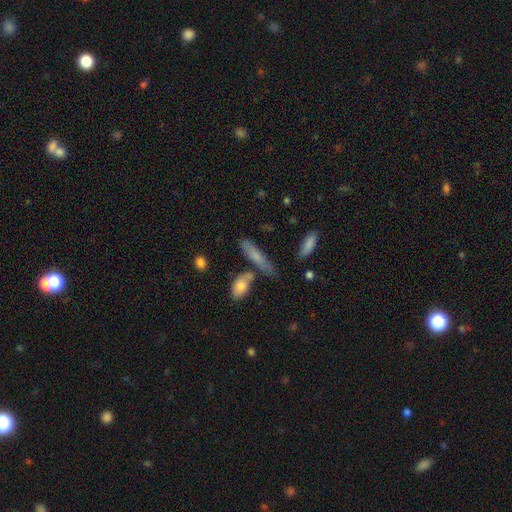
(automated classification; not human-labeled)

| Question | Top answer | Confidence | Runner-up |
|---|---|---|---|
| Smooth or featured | smooth | 67% | featured or disk (25%) |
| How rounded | cigar-shaped | 71% | in between (26%) |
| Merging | none | 60% | merger (17%) |